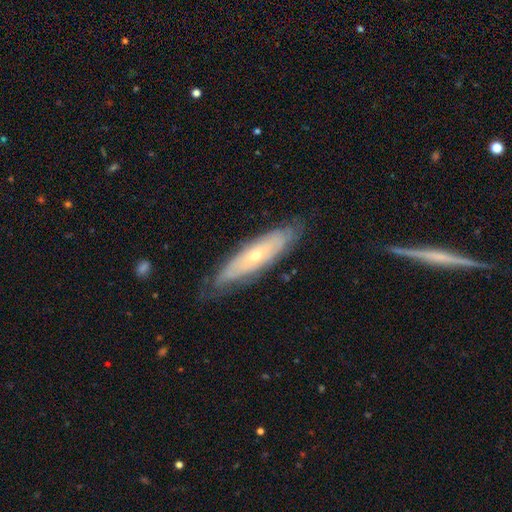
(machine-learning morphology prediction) featured or disk 64%, smooth 29%, star or artifact 7%. Down the decision tree: edge-on disk — no (63%); merging — none (76%).